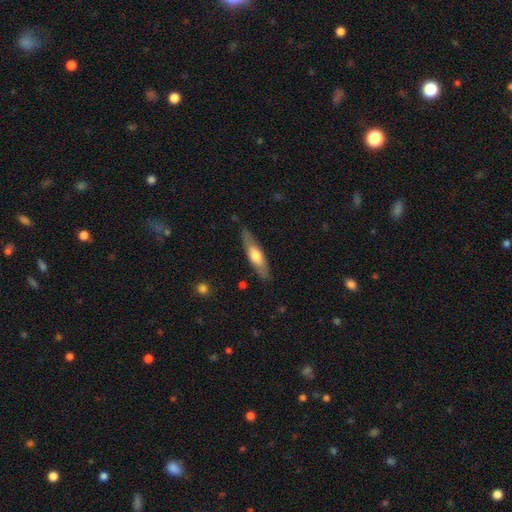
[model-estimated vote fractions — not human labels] Q: Smooth or featured?
A: smooth (52%); runner-up: featured or disk (42%)
Q: How rounded?
A: cigar-shaped (65%); runner-up: in between (33%)
Q: Merging?
A: none (81%); runner-up: minor disturbance (15%)